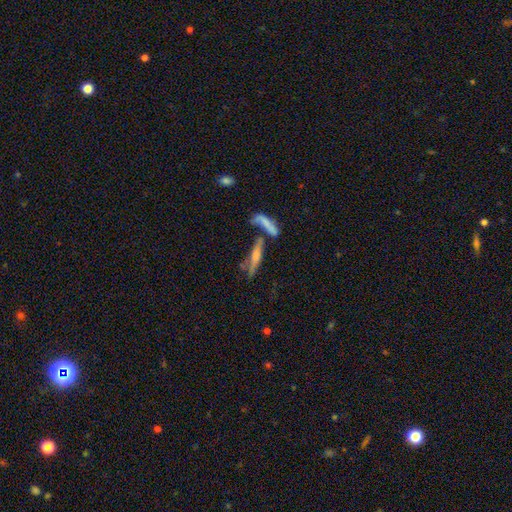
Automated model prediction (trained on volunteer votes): A smooth galaxy with no disk features (52%) that is cigar-shaped (82%). Merging: none (45%).